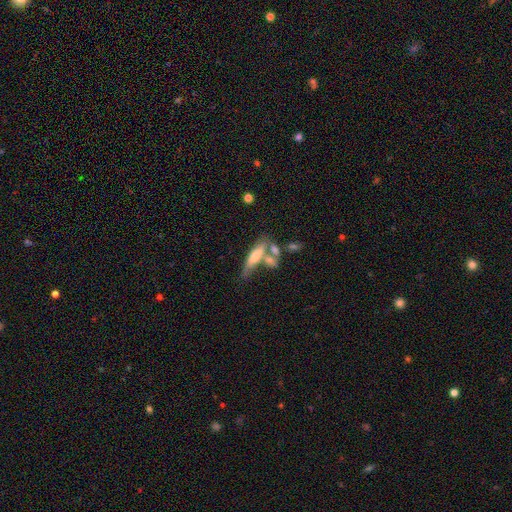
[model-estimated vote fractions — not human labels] smooth_or_featured: smooth (p=0.63) [alt: featured or disk p=0.29]
how_rounded: cigar-shaped (p=0.60) [alt: in between p=0.37]
merging: merger (p=0.38) [alt: none p=0.35]